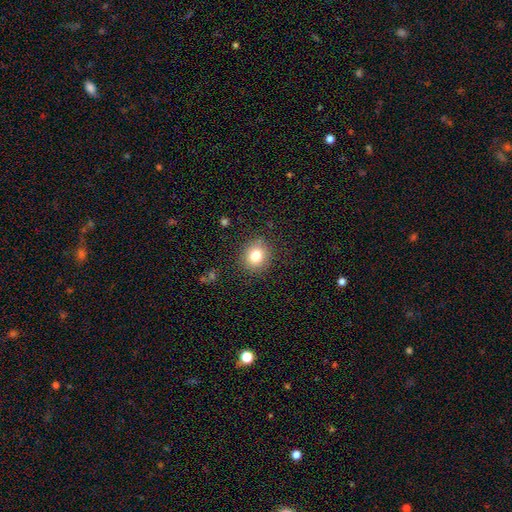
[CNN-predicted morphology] This is clearly a smooth galaxy (80%). How rounded: likely round (80%). Merging: clearly none (87%).